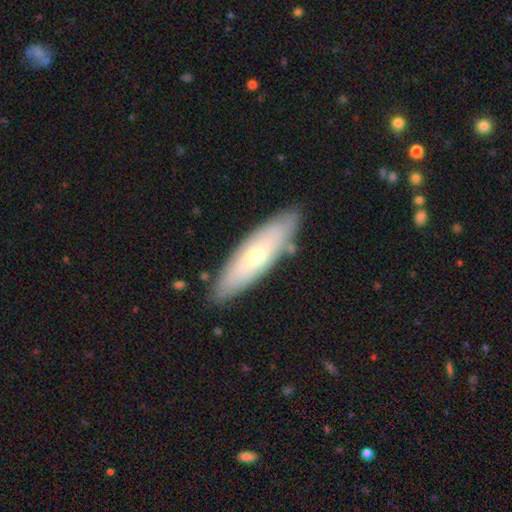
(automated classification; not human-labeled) A featured or disk galaxy (51%). Merging: none (83%).